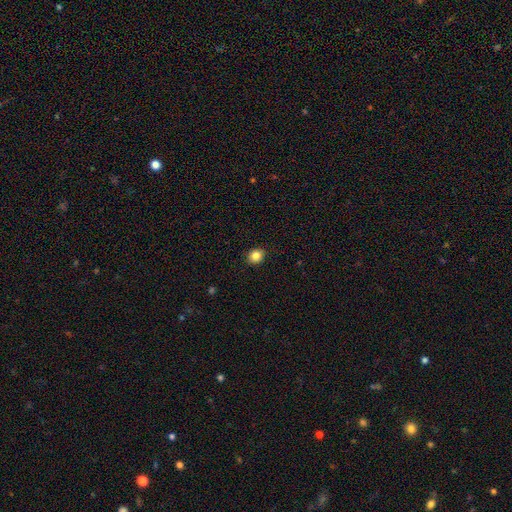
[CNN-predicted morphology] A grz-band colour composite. It shows a smooth galaxy with no disk features (84%) that is round (69%). Merging: none (91%).